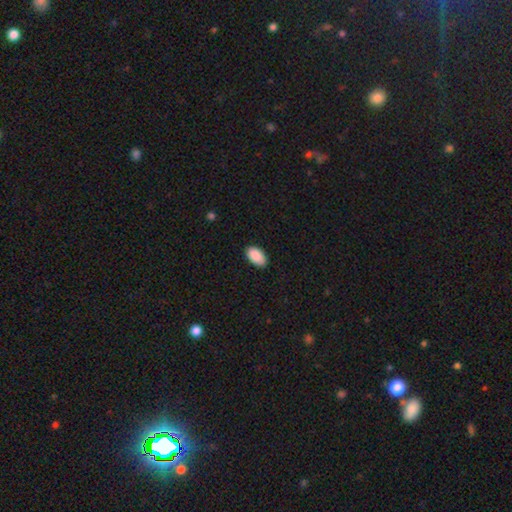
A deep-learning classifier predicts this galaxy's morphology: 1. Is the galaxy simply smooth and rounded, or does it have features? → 91% smooth, 6% star or artifact, 3% featured or disk.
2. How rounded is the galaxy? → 95% in between, 3% round, 2% cigar-shaped.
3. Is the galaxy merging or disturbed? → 87% none, 10% minor disturbance, 2% major disturbance, 1% merger.